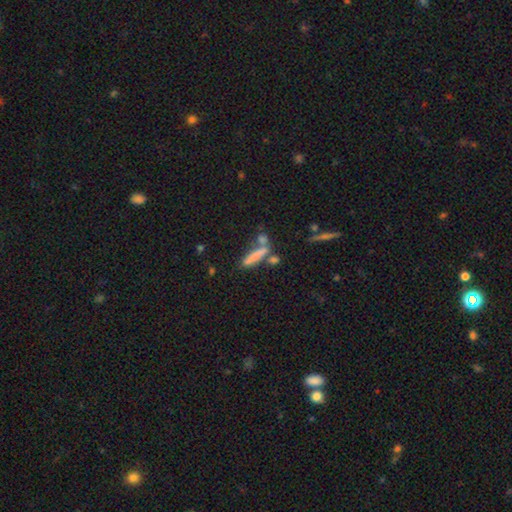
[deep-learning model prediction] Q: Smooth or featured?
A: smooth (68%); runner-up: featured or disk (21%)
Q: How rounded?
A: cigar-shaped (81%); runner-up: in between (16%)
Q: Merging?
A: none (49%); runner-up: merger (28%)